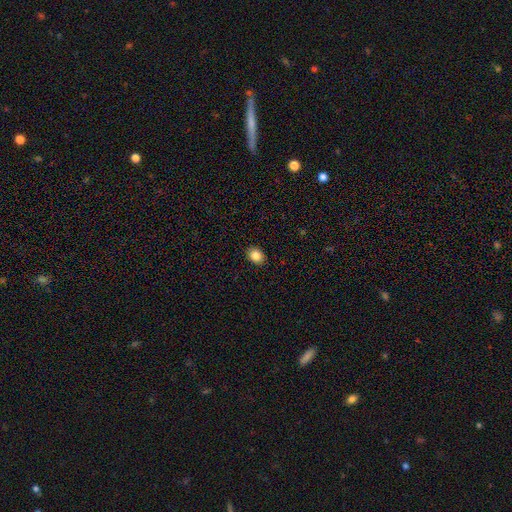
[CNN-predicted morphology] Q: Smooth or featured?
A: smooth (86%); runner-up: star or artifact (9%)
Q: How rounded?
A: in between (52%); runner-up: round (47%)
Q: Merging?
A: none (90%); runner-up: minor disturbance (8%)